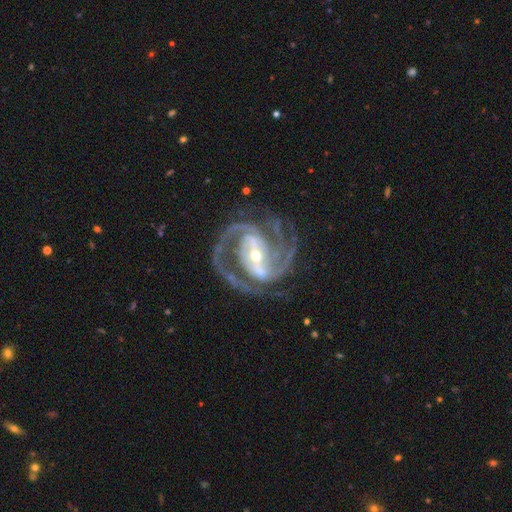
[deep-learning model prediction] Morphology: type=featured or disk (93%); edge-on=no (98%); bar=strong (63%); spiral arms=yes (99%); winding=medium (51%); arm count=2 (47%); bulge=small (62%); merging=none (69%).